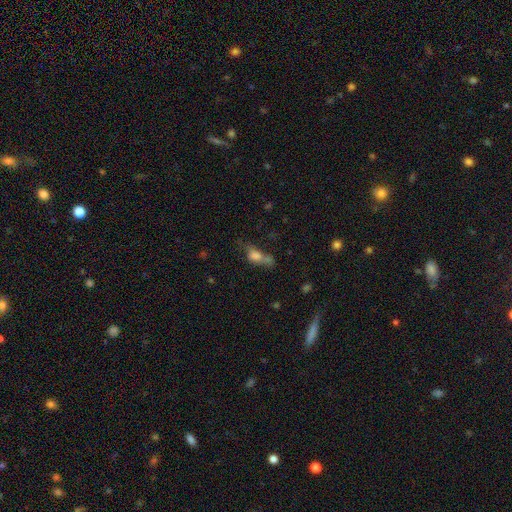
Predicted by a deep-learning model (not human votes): This is likely a smooth galaxy (63%). How rounded: likely in between (63%). Merging: marginally merger (32%).